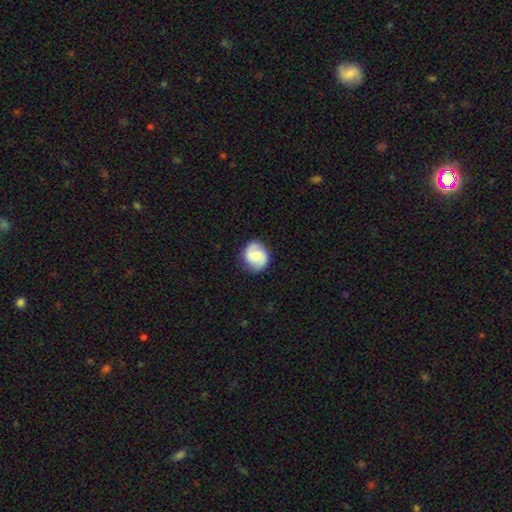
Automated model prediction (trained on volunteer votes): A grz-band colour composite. It shows a featured or disk galaxy (58%) with no bar (52%), 2 (88%) medium (46%) spiral arms (92%) and a moderate central bulge (45%). Merging: none (84%).